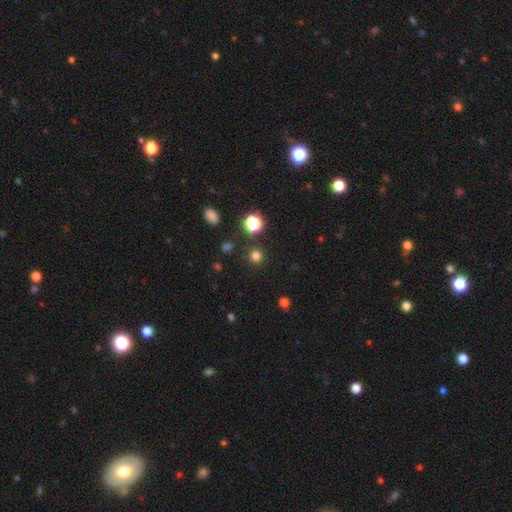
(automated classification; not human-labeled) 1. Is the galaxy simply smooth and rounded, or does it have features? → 77% smooth, 19% star or artifact, 4% featured or disk.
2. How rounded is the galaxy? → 92% round, 7% in between, 1% cigar-shaped.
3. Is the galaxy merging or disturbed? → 88% none, 6% minor disturbance, 3% merger, 3% major disturbance.